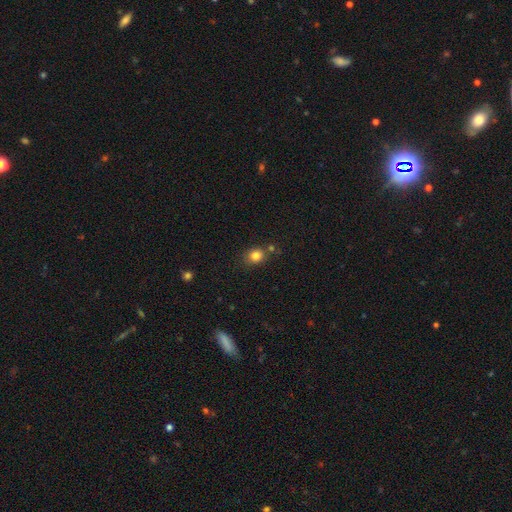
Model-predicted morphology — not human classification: Smooth or featured? Predicted: smooth (p=0.82). How rounded? Predicted: round (p=0.68). Merging? Predicted: none (p=0.74).